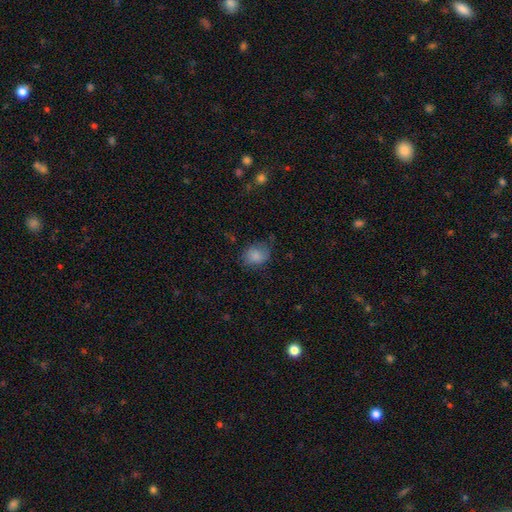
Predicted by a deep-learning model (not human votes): Smooth or featured: smooth — 83% (star or artifact — 9%)
How rounded: in between — 54% (round — 45%)
Merging: none — 65% (minor disturbance — 26%)